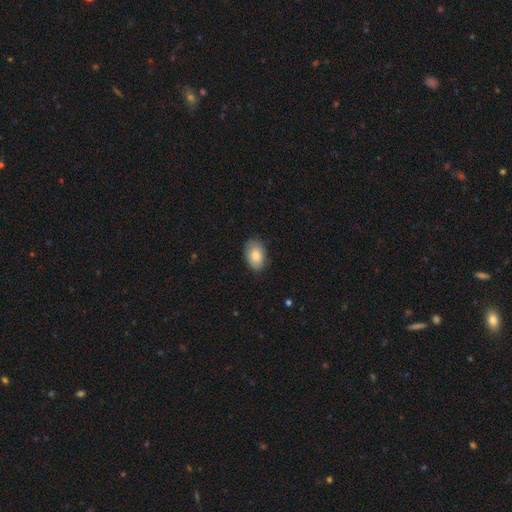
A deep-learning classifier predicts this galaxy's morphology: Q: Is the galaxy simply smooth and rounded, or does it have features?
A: smooth — 82%.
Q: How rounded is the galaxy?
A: in between — 89%.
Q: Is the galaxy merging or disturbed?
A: none — 81%.